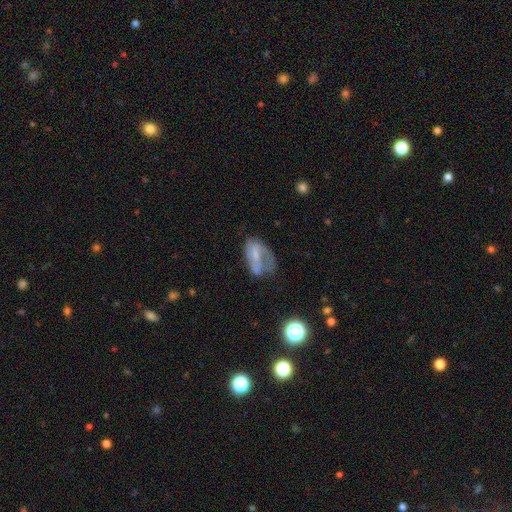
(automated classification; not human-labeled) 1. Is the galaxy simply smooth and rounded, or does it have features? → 53% featured or disk, 36% smooth, 11% star or artifact.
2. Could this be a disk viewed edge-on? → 95% no, 5% yes.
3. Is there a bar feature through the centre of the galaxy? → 46% no, 37% weak, 17% strong.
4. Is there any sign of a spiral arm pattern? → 51% yes, 49% no.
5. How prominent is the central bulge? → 48% small, 25% moderate, 23% none, 3% large, 1% dominant.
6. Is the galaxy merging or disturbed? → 33% major disturbance (tied), 33% none (tied), 27% minor disturbance, 7% merger.